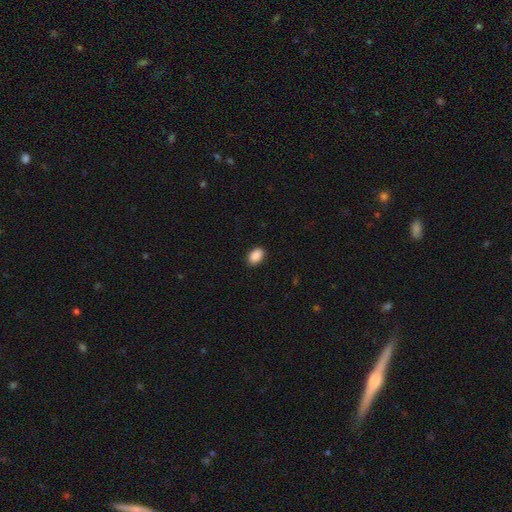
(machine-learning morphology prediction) Smooth or featured?
  - smooth: 90% *
  - star or artifact: 7%
  - featured or disk: 2%
How rounded?
  - in between: 89% *
  - round: 10%
  - cigar-shaped: 1%
Merging?
  - none: 89% *
  - minor disturbance: 8%
  - major disturbance: 2%
  - merger: 1%